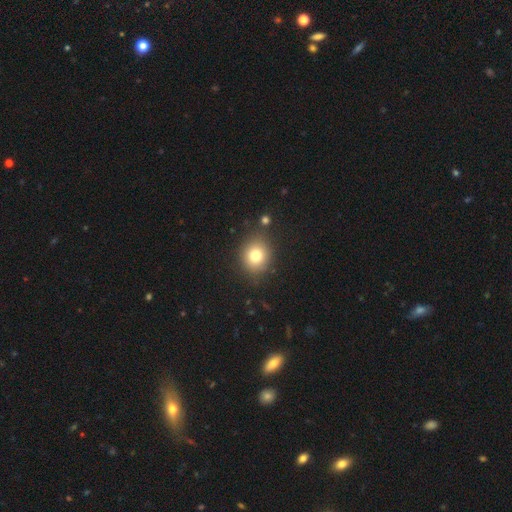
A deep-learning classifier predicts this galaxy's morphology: smooth-or-featured: smooth: 79% | star or artifact: 12% | featured or disk: 9%
  how-rounded: round: 77% | in between: 22% | cigar-shaped: 1%
  merging: none: 83% | minor disturbance: 10% | merger: 4% | major disturbance: 3%